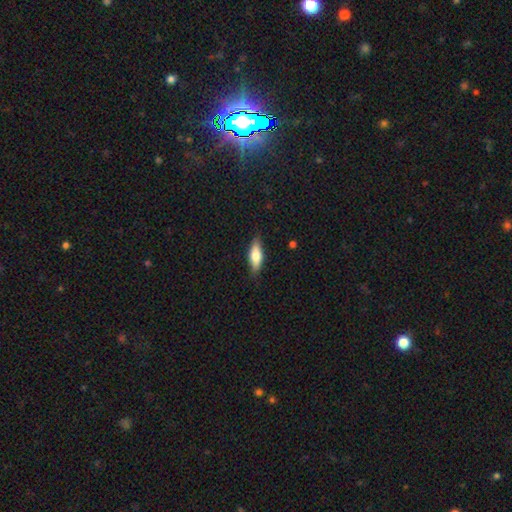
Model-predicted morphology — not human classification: smooth 66%, featured or disk 28%, star or artifact 6%. Down the decision tree: how rounded — in between (63%); merging — none (84%).